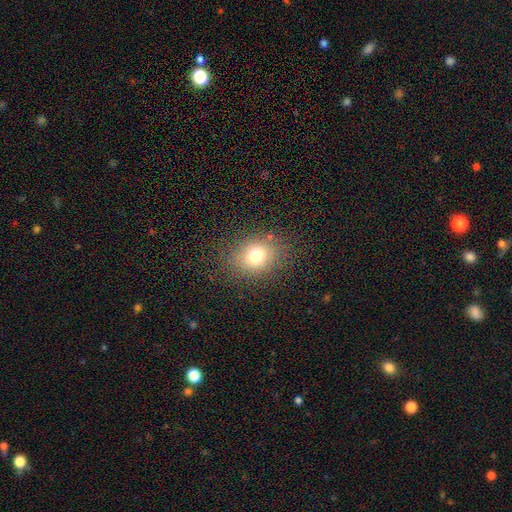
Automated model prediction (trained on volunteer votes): Morphology: type=smooth (73%); roundness=round (56%); merging=none (83%).